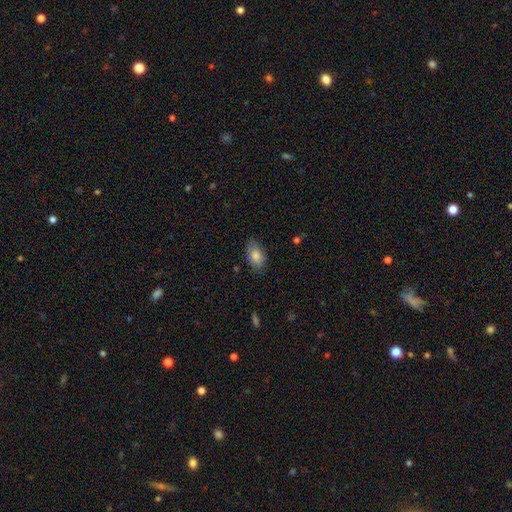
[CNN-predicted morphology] smooth_or_featured: smooth (p=0.81) [alt: featured or disk p=0.11]
how_rounded: in between (p=0.90) [alt: round p=0.07]
merging: none (p=0.78) [alt: minor disturbance p=0.18]